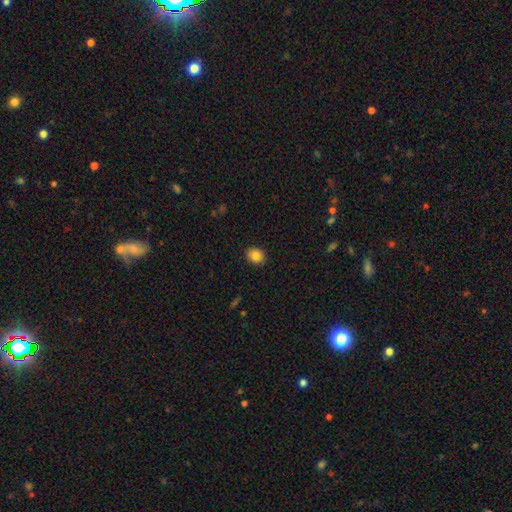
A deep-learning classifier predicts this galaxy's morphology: A smooth galaxy with no disk features (84%) that is round (59%).

Vote fractions:
- Smooth or featured? smooth: 84% / star or artifact: 9% / featured or disk: 6%
- How rounded? round: 59% / in between: 40% / cigar-shaped: 1%
- Merging? none: 89% / minor disturbance: 8% / major disturbance: 2% / merger: 1%